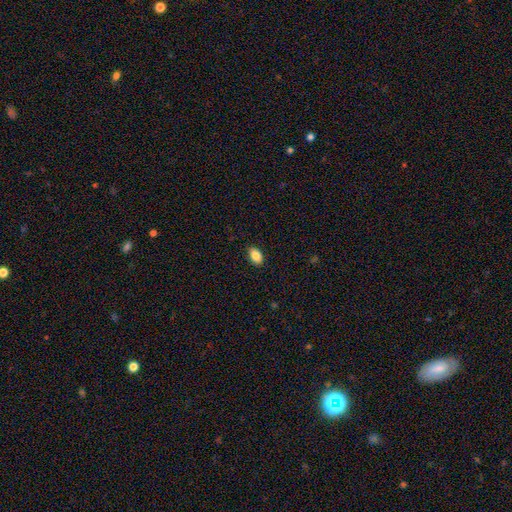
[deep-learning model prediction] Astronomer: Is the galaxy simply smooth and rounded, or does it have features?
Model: smooth — 86%.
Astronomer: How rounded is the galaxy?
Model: in between — 89%.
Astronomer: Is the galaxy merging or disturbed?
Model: none — 88%.